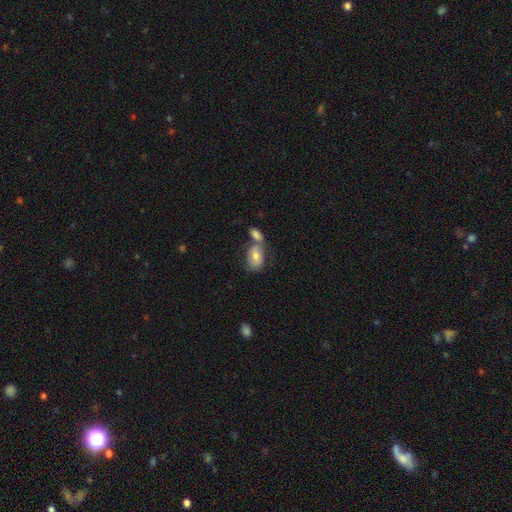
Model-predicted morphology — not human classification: A smooth galaxy with no disk features (68%) that is in between round and cigar-shaped (84%). Merging: merger (42%).